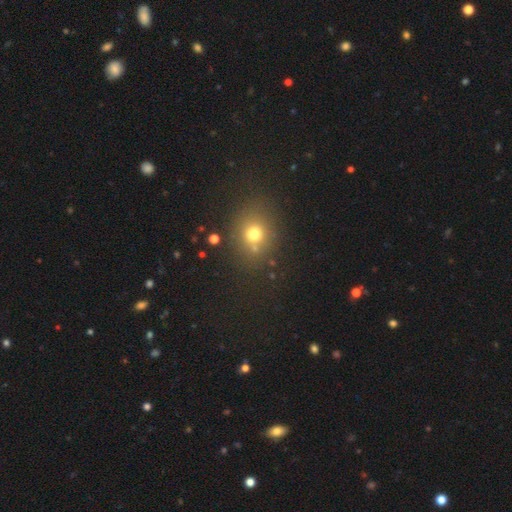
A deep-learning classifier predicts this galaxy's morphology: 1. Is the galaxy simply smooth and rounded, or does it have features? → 62% smooth, 29% star or artifact, 9% featured or disk.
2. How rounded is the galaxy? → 64% round, 35% in between, 1% cigar-shaped.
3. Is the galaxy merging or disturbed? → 86% none, 9% minor disturbance, 3% major disturbance, 2% merger.